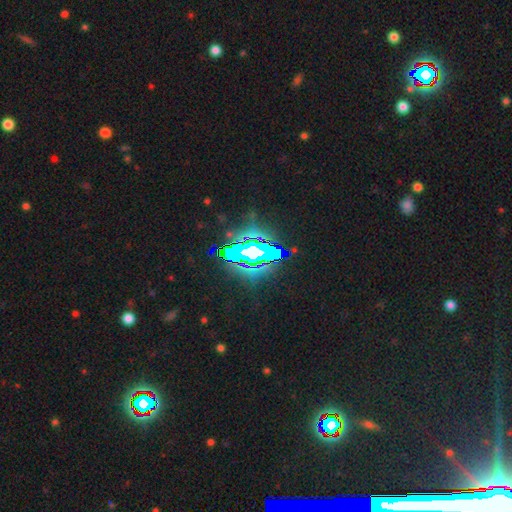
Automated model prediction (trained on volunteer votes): A star or artifact, not a galaxy (70%).

Vote fractions:
- Smooth or featured? star or artifact: 70% / featured or disk: 17% / smooth: 13%